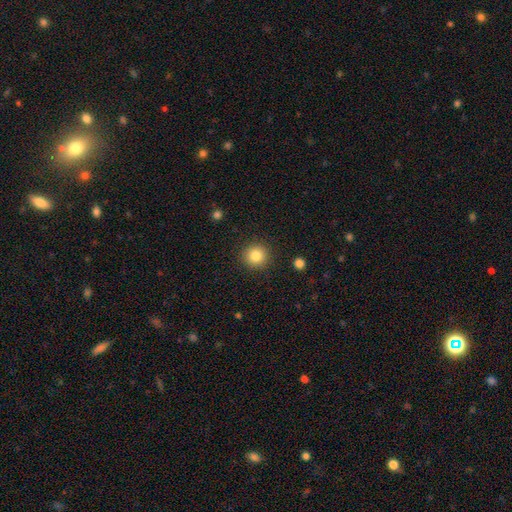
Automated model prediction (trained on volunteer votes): A smooth galaxy with no disk features (83%) that is round (93%).

Vote fractions:
- Smooth or featured? smooth: 83% / star or artifact: 10% / featured or disk: 6%
- How rounded? round: 93% / in between: 6% / cigar-shaped: 1%
- Merging? none: 90% / minor disturbance: 6% / major disturbance: 2% / merger: 1%